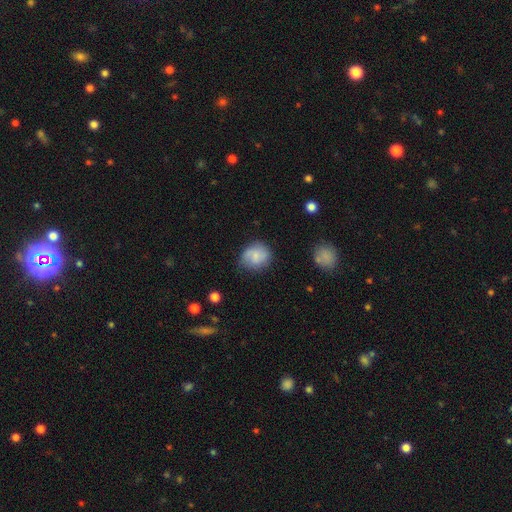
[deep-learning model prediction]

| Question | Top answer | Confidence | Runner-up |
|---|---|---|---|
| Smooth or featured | smooth | 70% | featured or disk (22%) |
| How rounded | round | 72% | in between (27%) |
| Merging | none | 68% | minor disturbance (23%) |